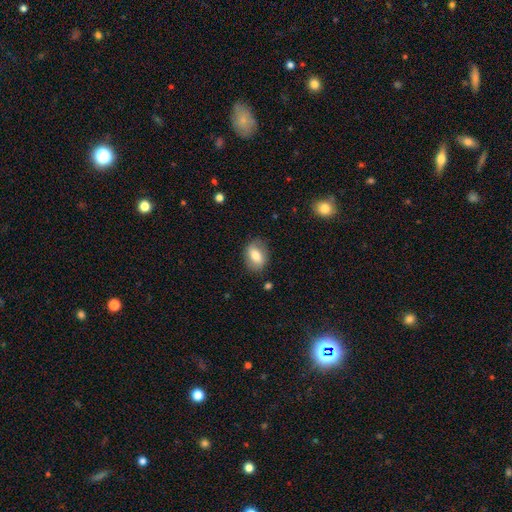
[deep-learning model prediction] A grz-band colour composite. It shows a smooth galaxy with no disk features (73%) that is in between round and cigar-shaped (76%). Merging: none (80%).